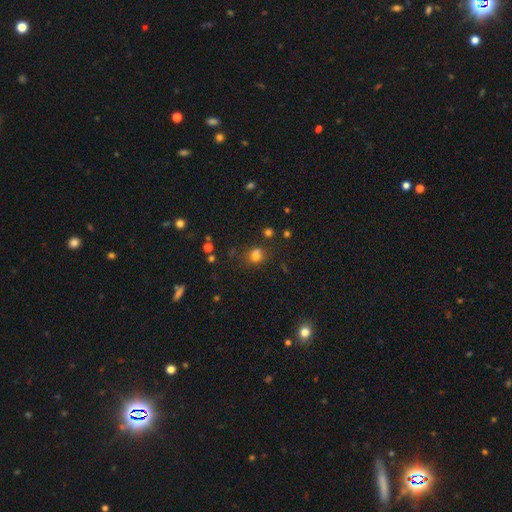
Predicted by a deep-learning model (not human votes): Q: Smooth or featured?
A: smooth (73%); runner-up: star or artifact (19%)
Q: How rounded?
A: round (74%); runner-up: in between (25%)
Q: Merging?
A: none (59%); runner-up: merger (19%)